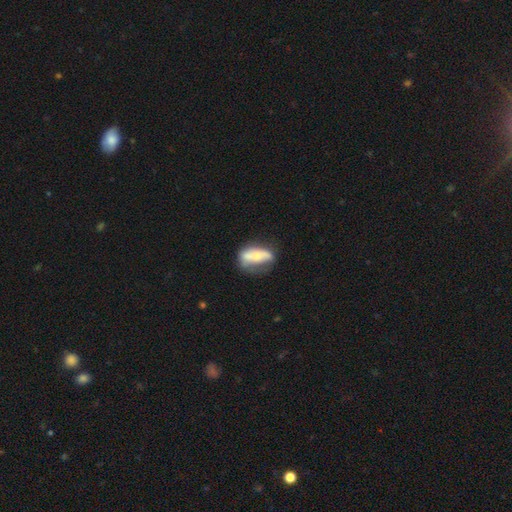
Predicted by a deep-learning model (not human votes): The model was most divided on "smooth or featured": smooth: 49%, featured or disk: 44%, star or artifact: 7%. More confident: merging — none (50%).